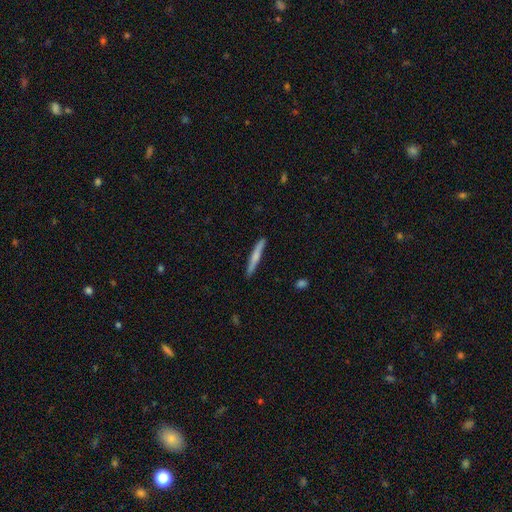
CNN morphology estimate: smooth-or-featured: smooth: 60% | featured or disk: 35% | star or artifact: 5%
  how-rounded: cigar-shaped: 96% | in between: 3% | round: 1%
  merging: none: 89% | minor disturbance: 8% | major disturbance: 1% | merger: 1%